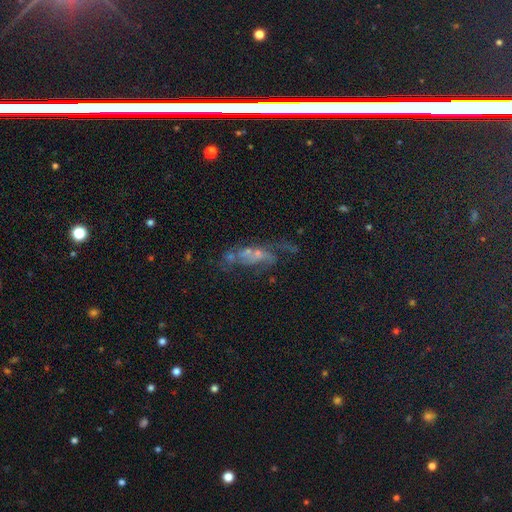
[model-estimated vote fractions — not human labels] Overall: featured or disk (58%; smooth 23%). Edge-on disk: no (86%). Bar: no (74%). Spiral arms: yes (55%; no 45%). Bulge size: small (49%; none 26%). Merging: none (40%; major disturbance 28%).